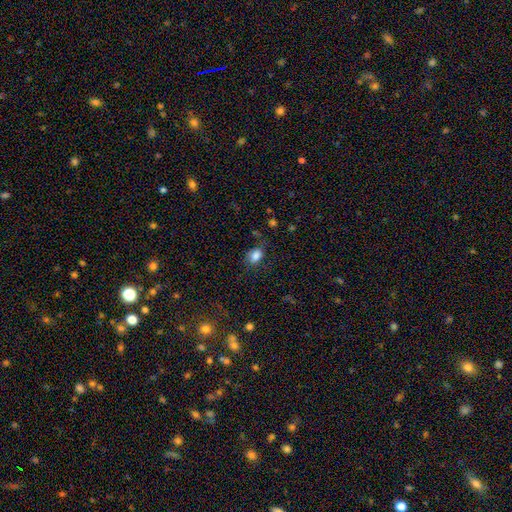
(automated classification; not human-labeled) The model was most divided on "merging": none: 69%, minor disturbance: 22%, major disturbance: 8%, merger: 2%. More confident: smooth or featured — smooth (84%); how rounded — in between (75%).